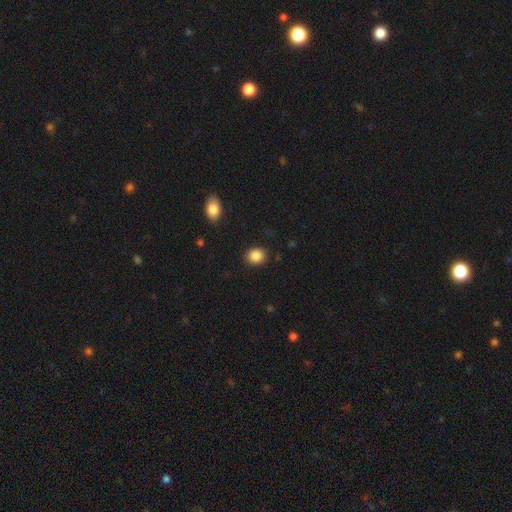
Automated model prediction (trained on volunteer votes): smooth_or_featured: smooth (p=0.87) [alt: star or artifact p=0.09]
how_rounded: round (p=0.72) [alt: in between p=0.27]
merging: none (p=0.89) [alt: minor disturbance p=0.07]